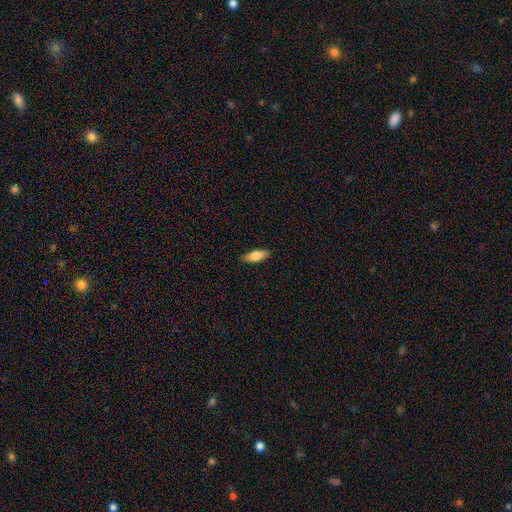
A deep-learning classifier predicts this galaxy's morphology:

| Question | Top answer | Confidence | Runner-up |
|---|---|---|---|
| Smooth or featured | smooth | 73% | featured or disk (21%) |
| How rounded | in between | 62% | cigar-shaped (36%) |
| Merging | none | 89% | minor disturbance (8%) |